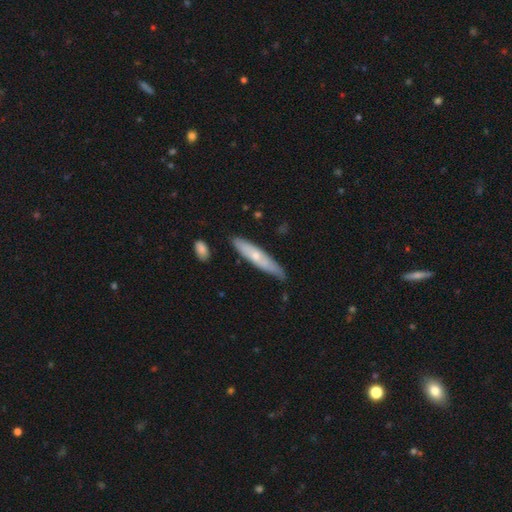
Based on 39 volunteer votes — smooth 46% (tied), featured or disk 46% (tied), star or artifact 8%. Down the decision tree: how rounded — cigar-shaped (83%); merging — none (61%).